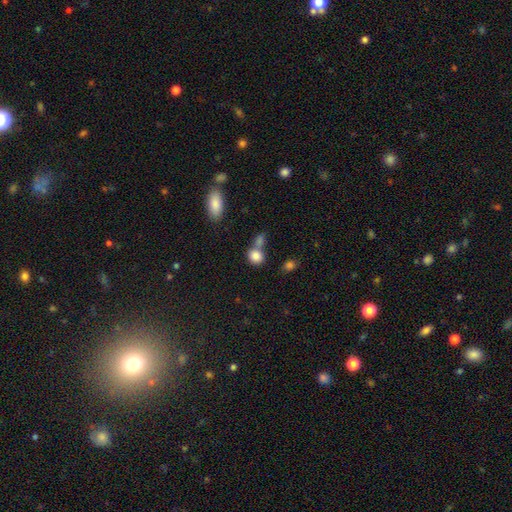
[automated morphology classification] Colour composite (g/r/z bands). It shows a smooth galaxy with no disk features (85%) that is round (65%). Merging: none (45%).